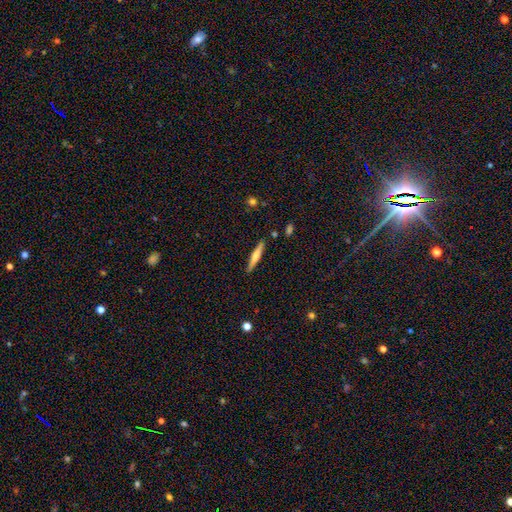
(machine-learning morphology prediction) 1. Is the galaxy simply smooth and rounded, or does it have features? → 51% smooth, 43% featured or disk, 6% star or artifact.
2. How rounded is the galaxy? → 92% cigar-shaped, 6% in between, 2% round.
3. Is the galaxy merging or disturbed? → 89% none, 8% minor disturbance, 2% merger, 2% major disturbance.